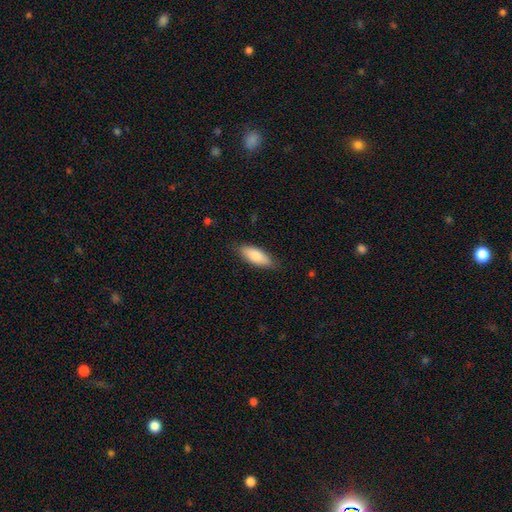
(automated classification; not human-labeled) Smooth or featured: smooth — 81% (featured or disk — 13%)
How rounded: in between — 74% (cigar-shaped — 24%)
Merging: none — 82% (minor disturbance — 14%)